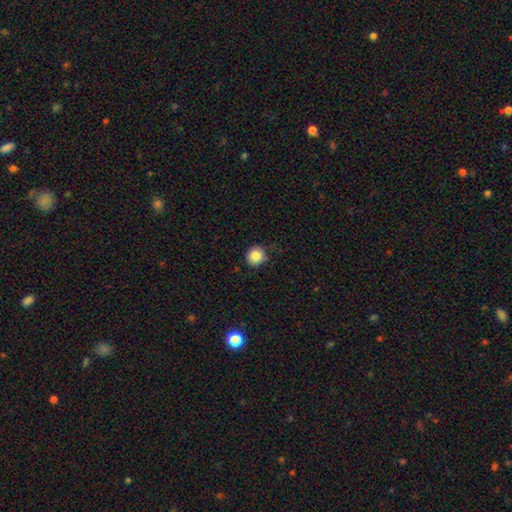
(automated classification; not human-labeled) A smooth galaxy with no disk features (86%) that is round (87%). Merging: none (80%).